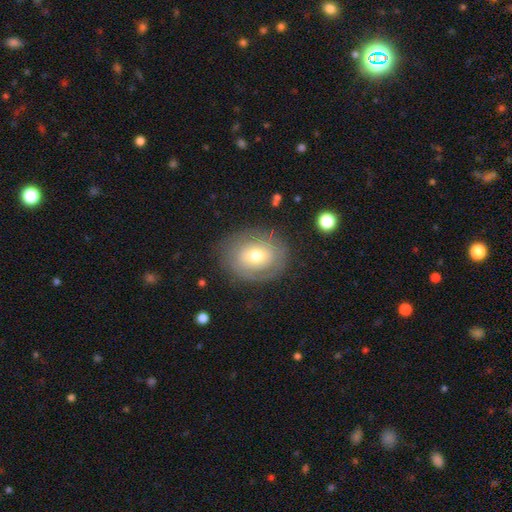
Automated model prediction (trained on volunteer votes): Smooth or featured? Predicted: smooth (p=0.49). Merging? Predicted: none (p=0.77).